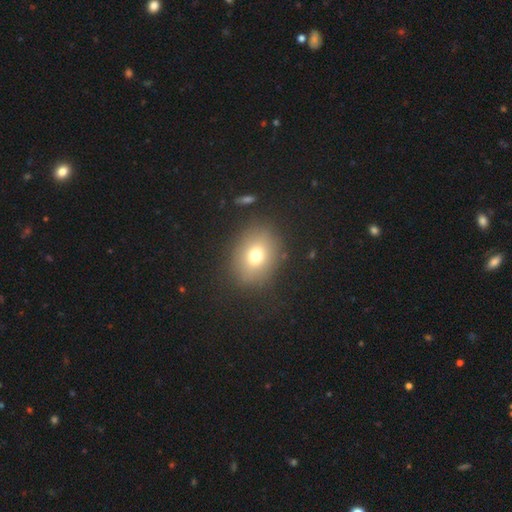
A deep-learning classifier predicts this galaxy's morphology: Smooth or featured? smooth (71%)
How rounded? in between (51%)
Merging? none (83%)